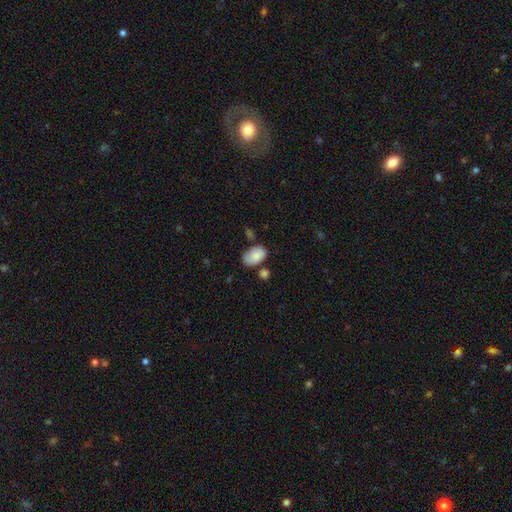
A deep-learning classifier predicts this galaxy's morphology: type=smooth (81%); roundness=in between (90%); merging=none (54%).